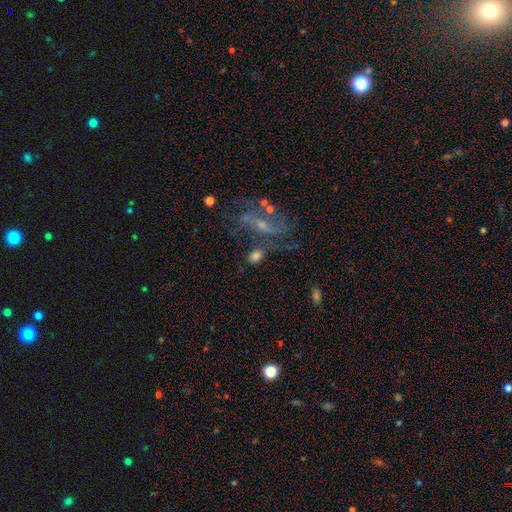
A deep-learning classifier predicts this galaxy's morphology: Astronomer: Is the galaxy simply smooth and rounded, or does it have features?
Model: smooth — 62%.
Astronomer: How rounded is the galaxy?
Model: in between — 69%.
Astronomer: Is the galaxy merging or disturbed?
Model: none — 54%.